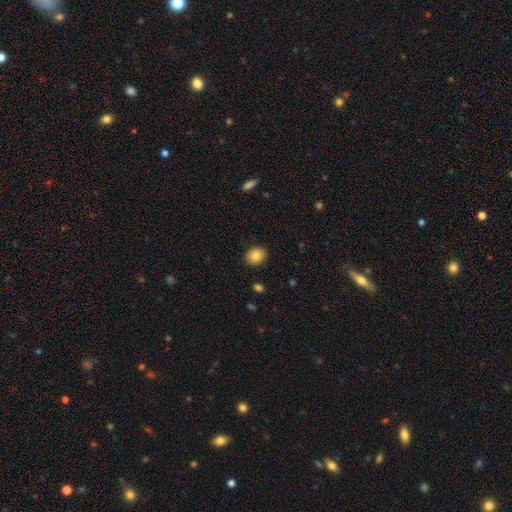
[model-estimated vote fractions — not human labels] A smooth galaxy with no disk features (82%) that is round (58%).

Vote fractions:
- Smooth or featured? smooth: 82% / featured or disk: 9% / star or artifact: 9%
- How rounded? round: 58% / in between: 41% / cigar-shaped: 1%
- Merging? none: 89% / minor disturbance: 8% / major disturbance: 2% / merger: 1%